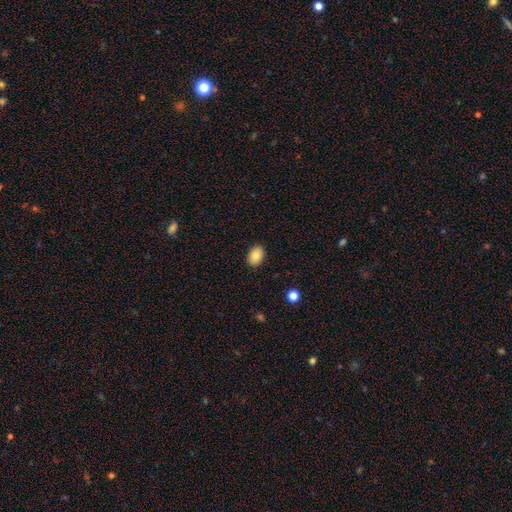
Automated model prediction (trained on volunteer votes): Overall: smooth (85%). How rounded: in between (83%). Merging: none (89%).